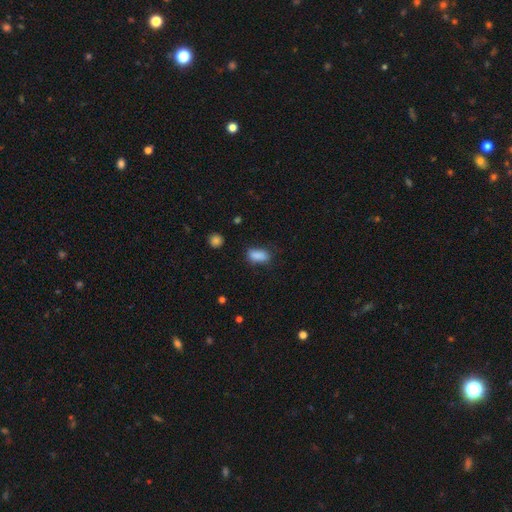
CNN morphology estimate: type=smooth (86%); roundness=in between (86%); merging=none (71%).